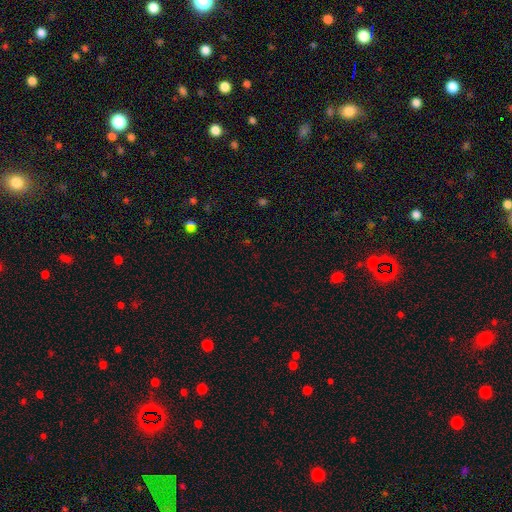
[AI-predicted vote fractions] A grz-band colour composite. It shows a star or artifact, not a galaxy (62%).